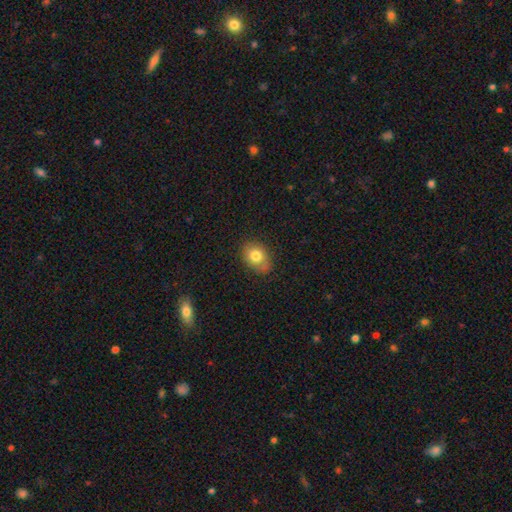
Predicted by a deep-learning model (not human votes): Overall: smooth (78%). How rounded: in between (66%; round 32%). Merging: none (74%).